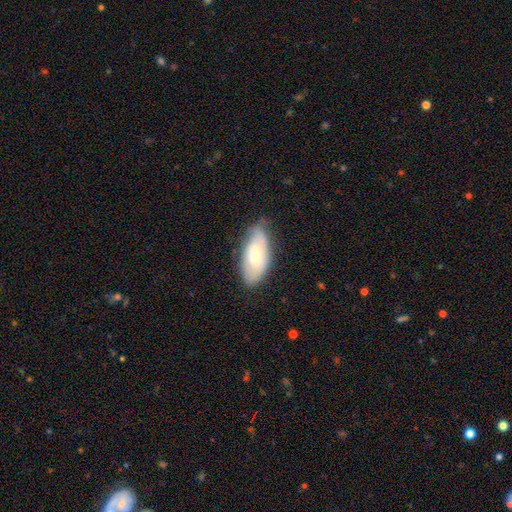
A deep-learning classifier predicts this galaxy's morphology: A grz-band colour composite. It shows a smooth galaxy with no disk features (59%) that is in between round and cigar-shaped (91%). Merging: none (69%).